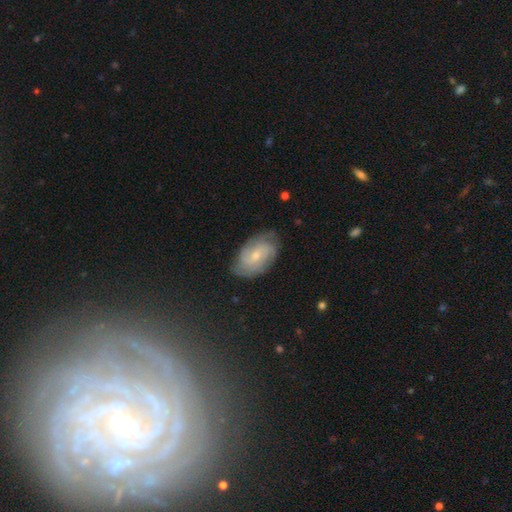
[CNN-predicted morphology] Smooth or featured? Predicted: featured or disk (p=0.68). Edge-on disk? Predicted: no (p=0.96). Bar? Predicted: no (p=0.53). Spiral arms? Predicted: yes (p=0.90). Spiral winding? Predicted: tight (p=0.52). Spiral arm count? Predicted: can't tell (p=0.39). Bulge size? Predicted: small (p=0.62). Merging? Predicted: none (p=0.75).